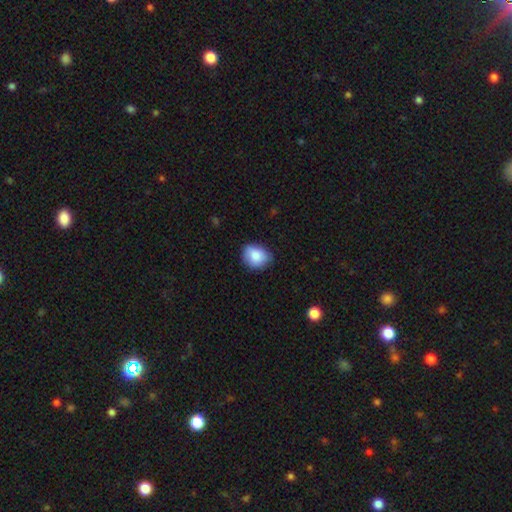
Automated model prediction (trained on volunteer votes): smooth 84%, featured or disk 8%, star or artifact 8%. Down the decision tree: how rounded — round (61%); merging — none (70%).